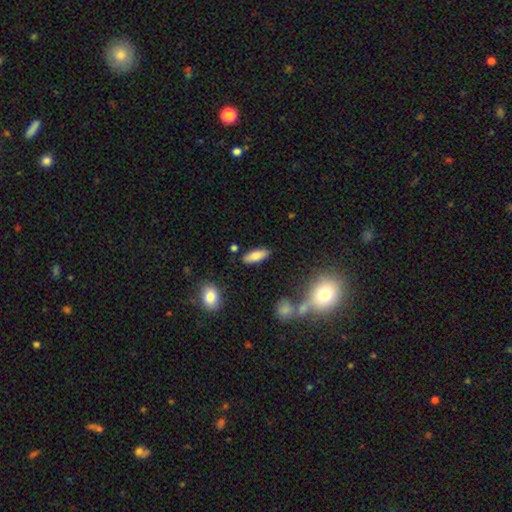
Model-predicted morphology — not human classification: Smooth or featured?
  - smooth: 80% *
  - featured or disk: 12%
  - star or artifact: 8%
How rounded?
  - in between: 70% *
  - cigar-shaped: 28%
  - round: 2%
Merging?
  - none: 85% *
  - minor disturbance: 9%
  - merger: 3%
  - major disturbance: 2%